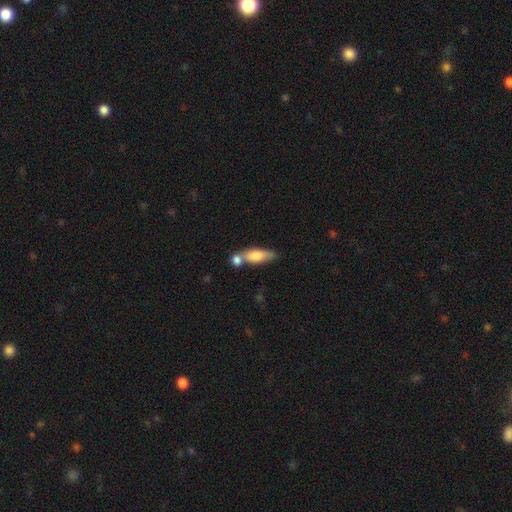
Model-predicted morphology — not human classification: This is likely a smooth galaxy (75%). How rounded: likely in between (62%). Merging: marginally merger (40%, tied with none).